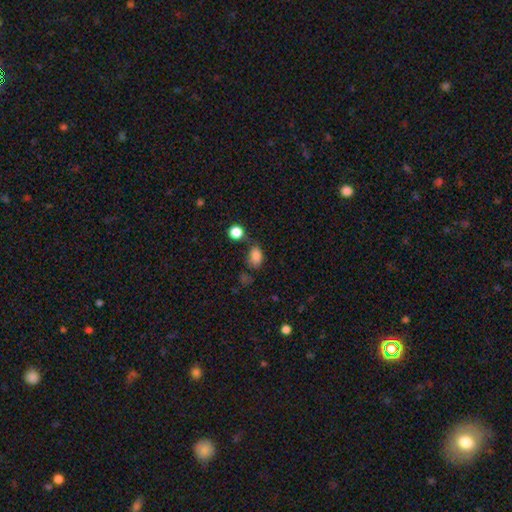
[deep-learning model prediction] smooth 82%, star or artifact 12%, featured or disk 5%. Down the decision tree: how rounded — in between (79%); merging — none (55%).